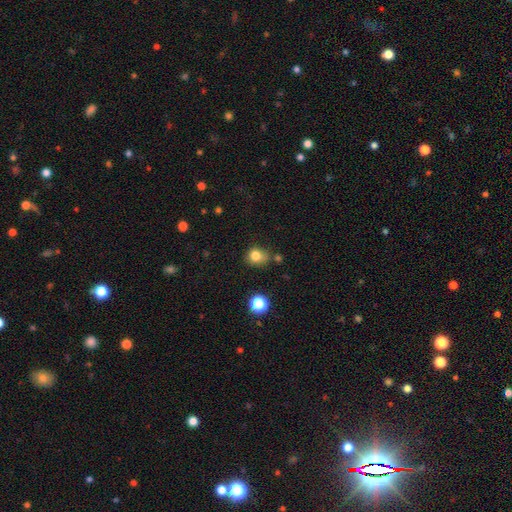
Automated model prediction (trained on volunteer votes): Overall: smooth (80%). How rounded: round (73%). Merging: none (65%).